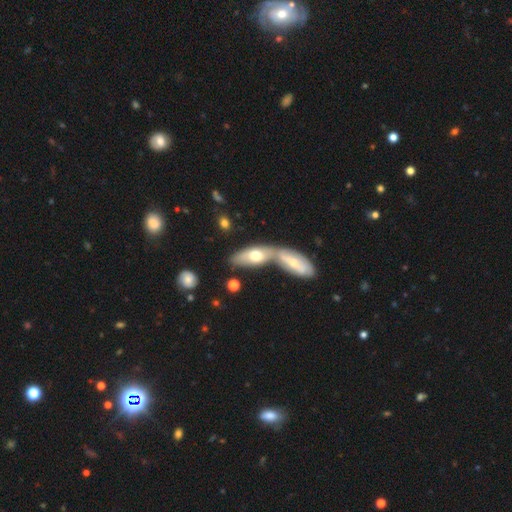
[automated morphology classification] This appears to be a smooth galaxy with no disk features (59%) that is in between round and cigar-shaped (70%). Merging: merger (56%).